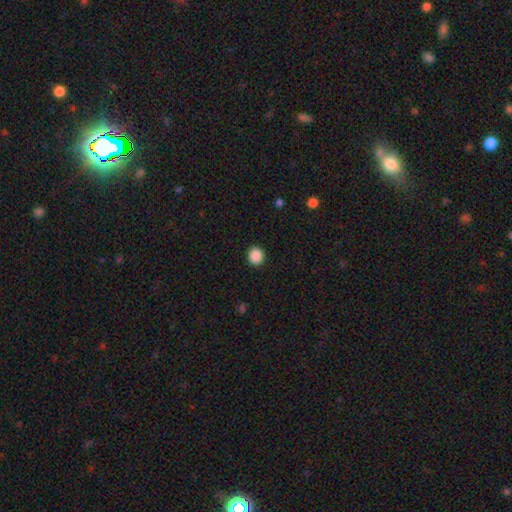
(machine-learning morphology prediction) Smooth or featured? Predicted: smooth (p=0.88). How rounded? Predicted: round (p=0.88). Merging? Predicted: none (p=0.92).